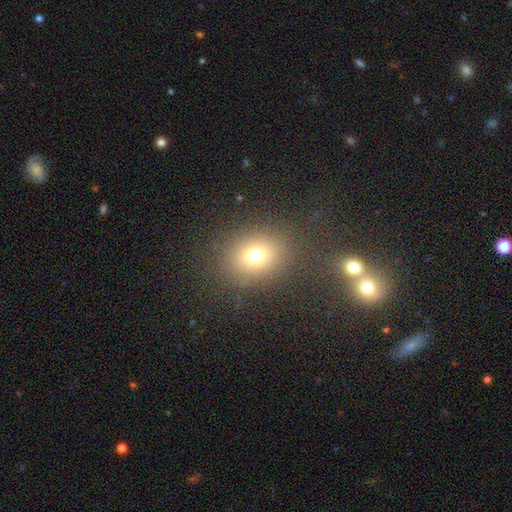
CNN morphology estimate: This appears to be a smooth galaxy with no disk features (72%) that is round (55%). Merging: none (80%).